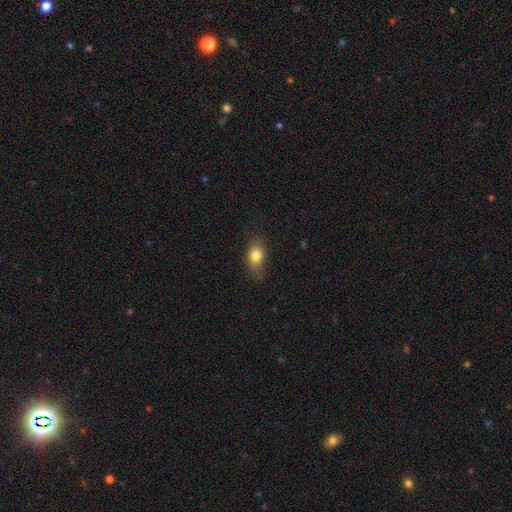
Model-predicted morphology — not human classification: A smooth galaxy with no disk features (79%) that is in between round and cigar-shaped (80%). Merging: none (72%).